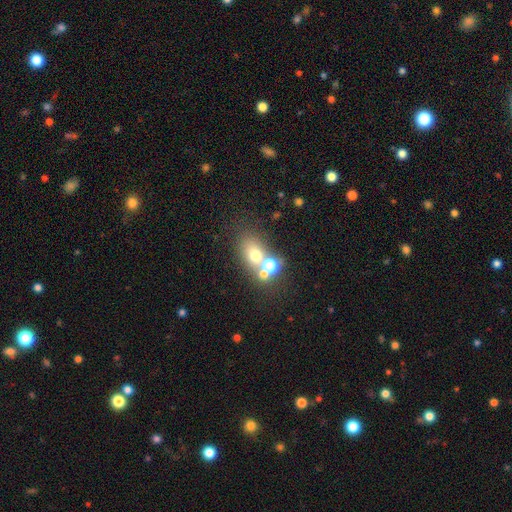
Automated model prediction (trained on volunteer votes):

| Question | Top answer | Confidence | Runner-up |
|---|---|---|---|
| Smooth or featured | smooth | 60% | star or artifact (20%) |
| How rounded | round | 49% | tied: in between (49%) |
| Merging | none | 46% | merger (38%) |